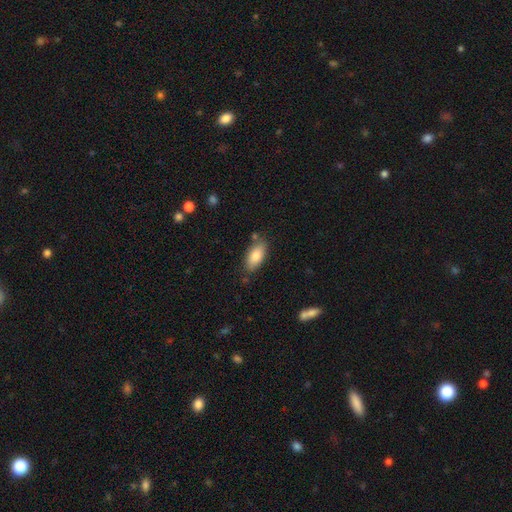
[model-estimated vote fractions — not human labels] A smooth galaxy with no disk features (80%) that is in between round and cigar-shaped (89%). Merging: none (79%).